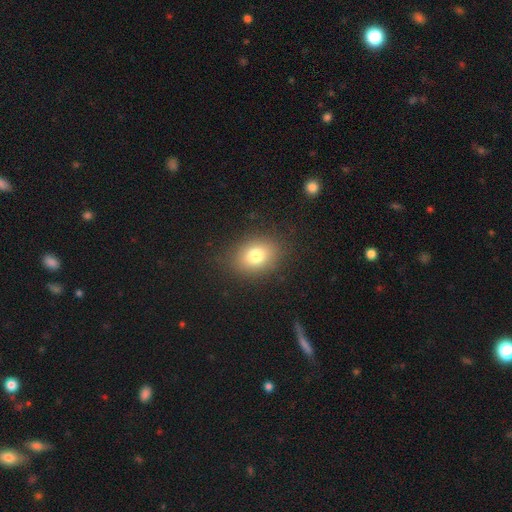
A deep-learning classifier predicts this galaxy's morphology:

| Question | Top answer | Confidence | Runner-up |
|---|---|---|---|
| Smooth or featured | smooth | 78% | star or artifact (12%) |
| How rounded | in between | 57% | round (42%) |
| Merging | none | 85% | minor disturbance (10%) |